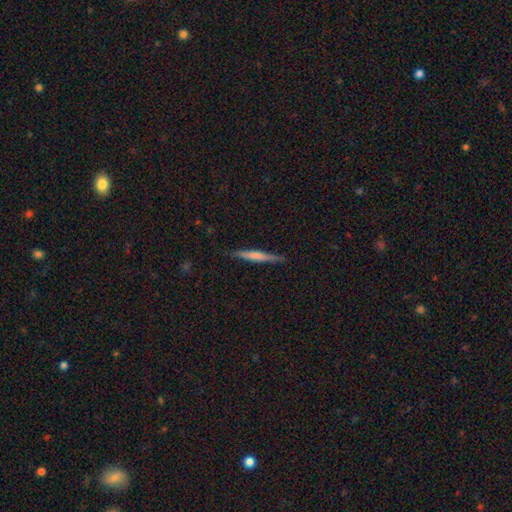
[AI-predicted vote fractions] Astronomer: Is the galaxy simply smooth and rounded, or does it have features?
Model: smooth — 50% (runner-up: featured or disk, 44%).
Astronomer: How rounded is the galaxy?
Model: cigar-shaped — 95%.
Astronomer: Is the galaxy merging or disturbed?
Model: none — 87%.